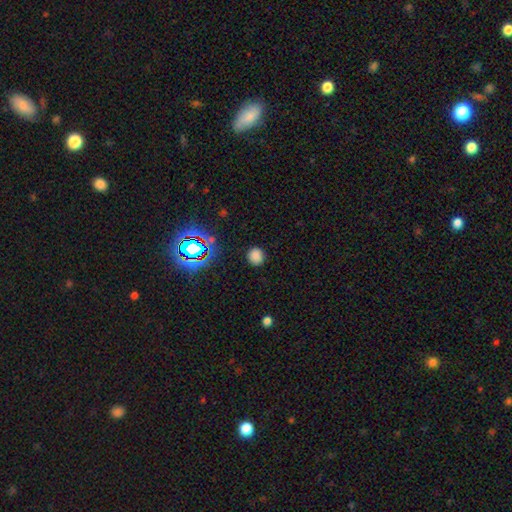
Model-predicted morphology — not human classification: smooth_or_featured: smooth (p=0.77) [alt: star or artifact p=0.18]
how_rounded: round (p=0.83) [alt: in between p=0.16]
merging: none (p=0.88) [alt: minor disturbance p=0.08]